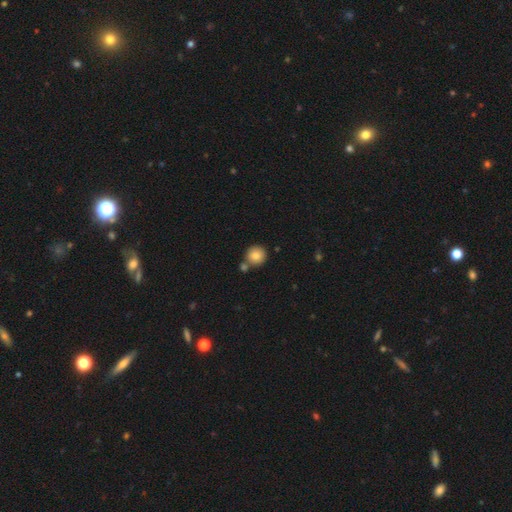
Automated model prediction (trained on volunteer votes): Q: Smooth or featured?
A: smooth (83%); runner-up: star or artifact (9%)
Q: How rounded?
A: round (93%); runner-up: in between (6%)
Q: Merging?
A: none (69%); runner-up: merger (20%)